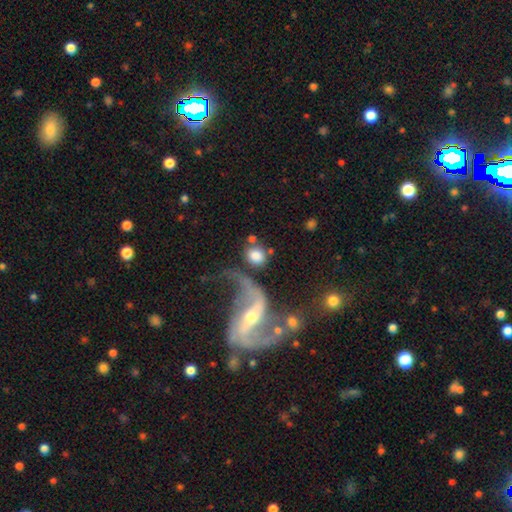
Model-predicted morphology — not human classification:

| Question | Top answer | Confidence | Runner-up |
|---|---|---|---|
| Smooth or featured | smooth | 75% | featured or disk (17%) |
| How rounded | round | 72% | in between (26%) |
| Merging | none | 50% | merger (23%) |